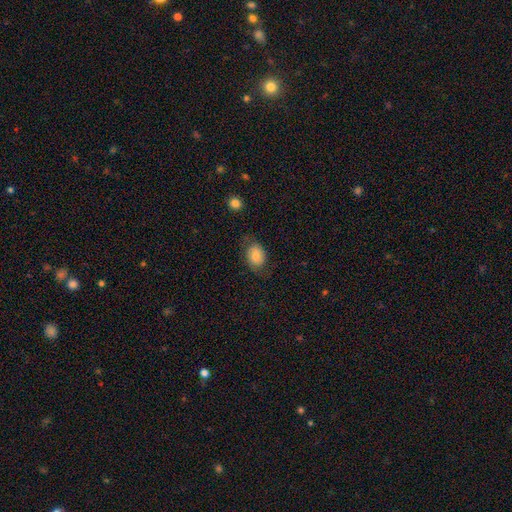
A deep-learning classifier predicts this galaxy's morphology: This appears to be a smooth galaxy with no disk features (66%) that is in between round and cigar-shaped (68%). Merging: none (65%).